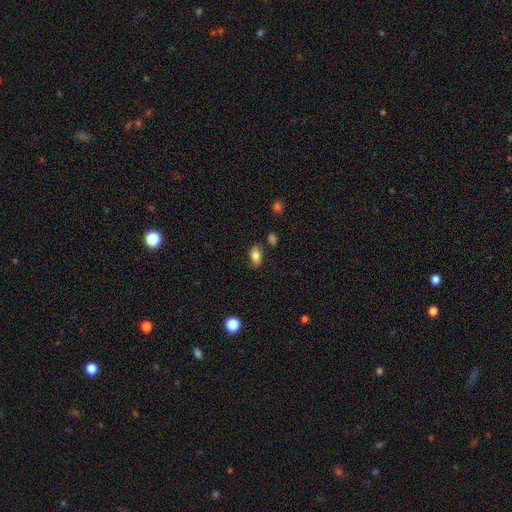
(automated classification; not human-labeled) A smooth galaxy with no disk features (81%) that is in between round and cigar-shaped (90%). Merging: none (76%).